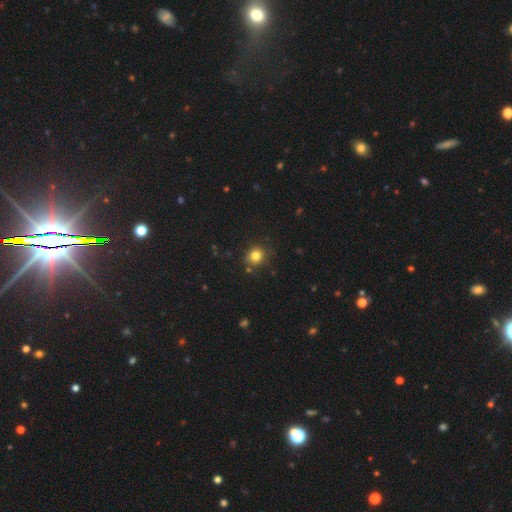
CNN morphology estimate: The model was most divided on "how rounded": round: 82%, in between: 17%, cigar-shaped: 1%. More confident: smooth or featured — smooth (81%); merging — none (80%).